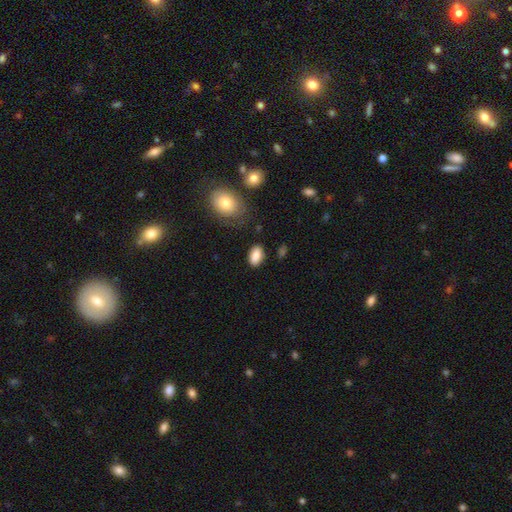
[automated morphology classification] Overall: smooth (86%). How rounded: in between (91%). Merging: none (83%).